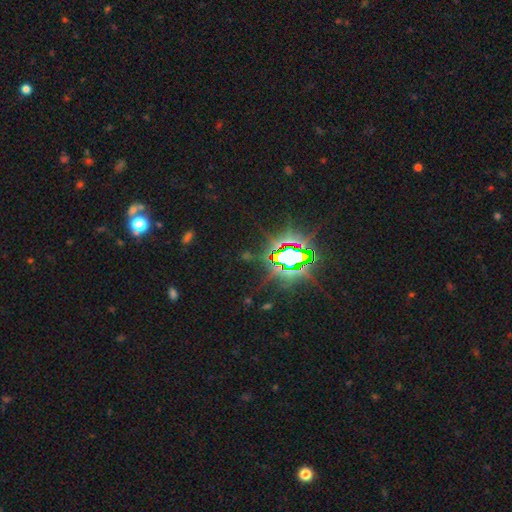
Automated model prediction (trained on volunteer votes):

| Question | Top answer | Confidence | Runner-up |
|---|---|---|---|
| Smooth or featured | star or artifact | 82% | smooth (10%) |